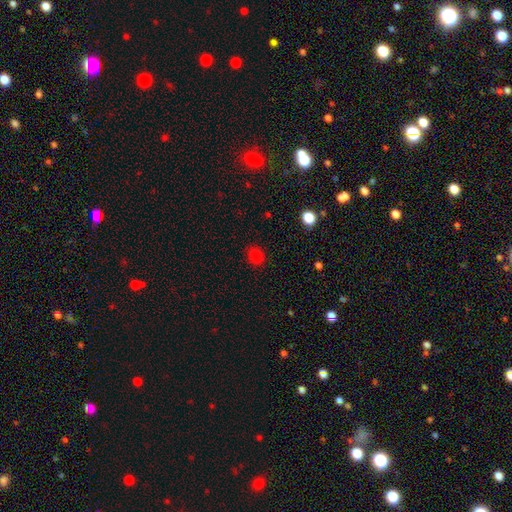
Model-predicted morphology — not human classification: Overall: smooth (79%). How rounded: round (59%; in between 40%). Merging: none (87%).